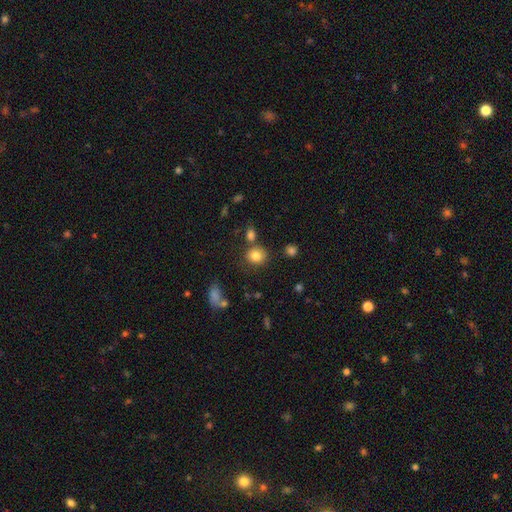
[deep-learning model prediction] A smooth galaxy with no disk features (82%) that is round (79%). Merging: none (75%).